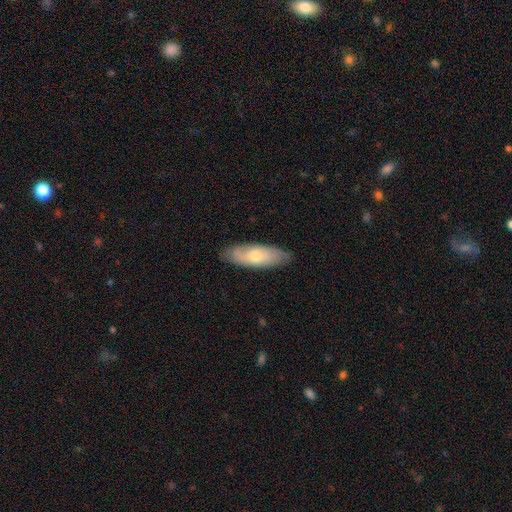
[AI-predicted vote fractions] The model was most divided on "smooth or featured": smooth: 57%, featured or disk: 37%, star or artifact: 6%. More confident: merging — none (81%); how rounded — in between (67%).